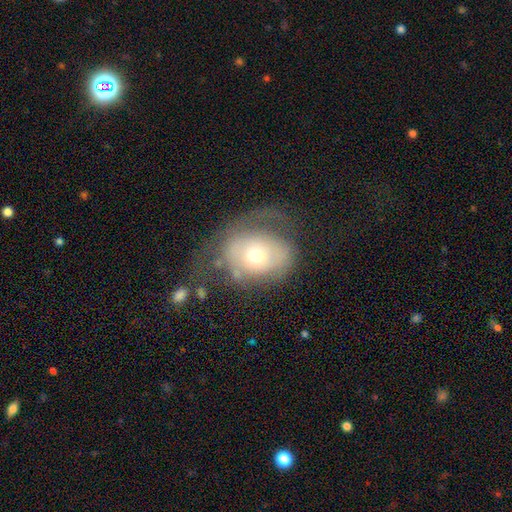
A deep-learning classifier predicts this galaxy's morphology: Smooth or featured? smooth (51%)
How rounded? round (52%)
Merging? major disturbance (38%)